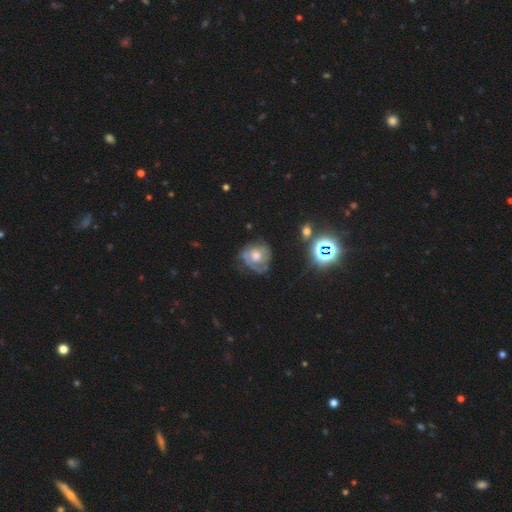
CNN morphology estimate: A featured or disk galaxy (58%) with no bar (83%), spiral arms (62%) and a moderate central bulge (58%).

Vote fractions:
- Smooth or featured? featured or disk: 58% / smooth: 29% / star or artifact: 13%
- Edge-on disk? no: 97% / yes: 3%
- Bar? no: 83% / weak: 15% / strong: 3%
- Spiral arms? yes: 62% / no: 38%
- Bulge size? moderate: 58% / large: 25% / small: 11% / none: 4% / dominant: 2%
- Merging? none: 57% / minor disturbance: 24% / major disturbance: 16% / merger: 3%